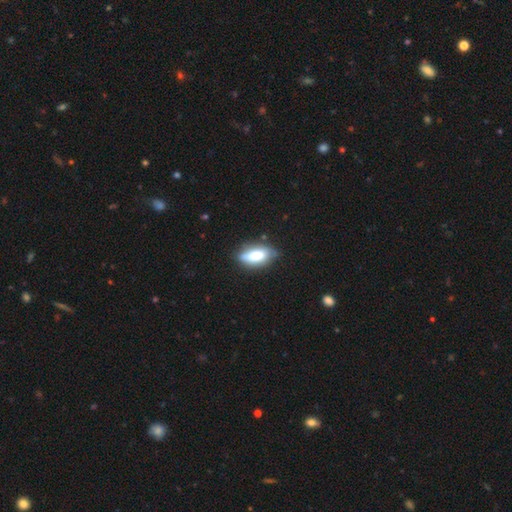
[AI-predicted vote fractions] Morphology: type=smooth (69%); roundness=in between (77%); merging=none (72%).